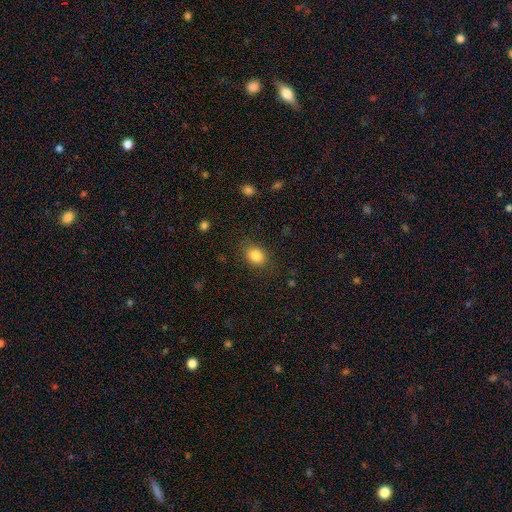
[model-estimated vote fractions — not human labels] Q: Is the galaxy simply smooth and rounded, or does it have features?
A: smooth — 84%.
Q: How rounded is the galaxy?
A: in between — 50%.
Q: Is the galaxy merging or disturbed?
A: none — 83%.